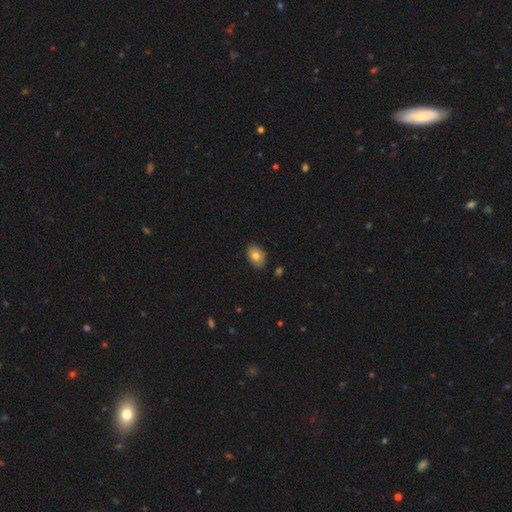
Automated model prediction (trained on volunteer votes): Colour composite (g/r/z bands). It shows a smooth galaxy with no disk features (77%) that is in between round and cigar-shaped (84%). Merging: none (84%).